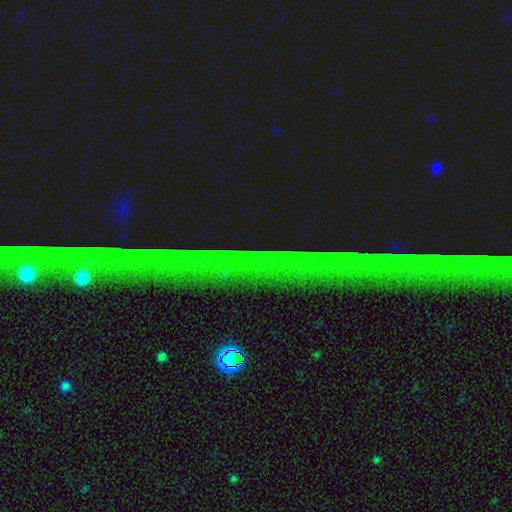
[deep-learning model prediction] The model was most divided on "smooth or featured": star or artifact: 83%, featured or disk: 9%, smooth: 7%.